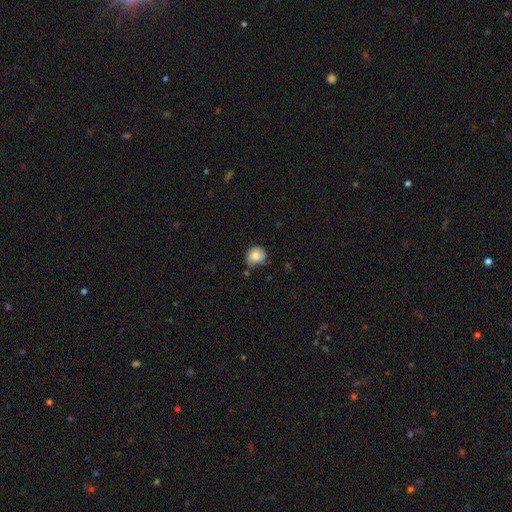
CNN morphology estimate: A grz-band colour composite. It shows a smooth galaxy with no disk features (78%) that is round (78%). Merging: none (58%).